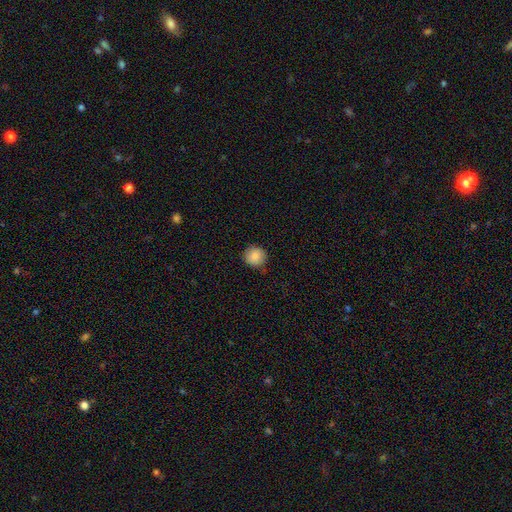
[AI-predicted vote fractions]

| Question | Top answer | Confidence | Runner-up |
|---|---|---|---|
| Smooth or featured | smooth | 87% | star or artifact (8%) |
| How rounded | round | 92% | in between (7%) |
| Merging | none | 88% | minor disturbance (8%) |